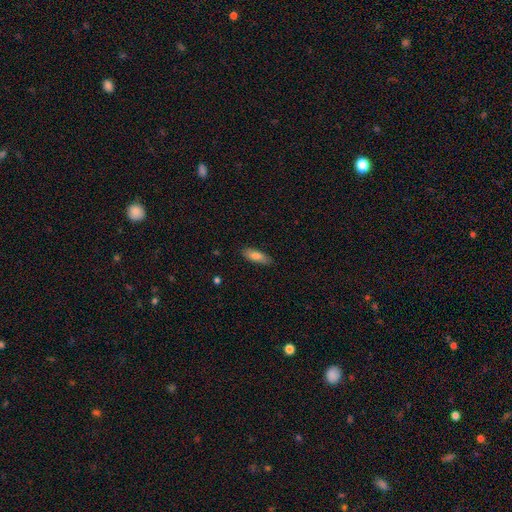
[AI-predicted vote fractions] Q: Smooth or featured?
A: smooth (80%); runner-up: featured or disk (13%)
Q: How rounded?
A: in between (62%); runner-up: cigar-shaped (36%)
Q: Merging?
A: none (86%); runner-up: minor disturbance (11%)